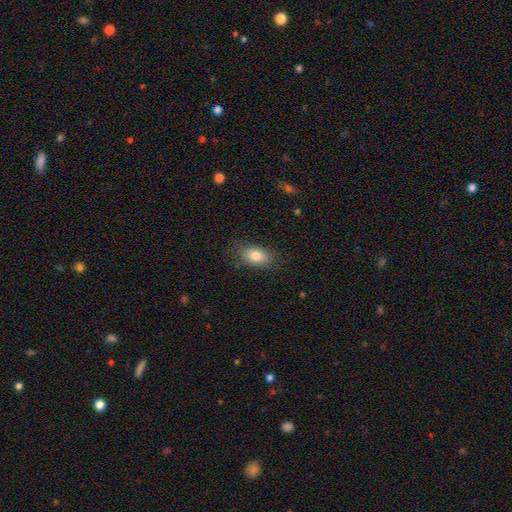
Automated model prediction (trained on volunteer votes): A smooth galaxy with no disk features (82%) that is in between round and cigar-shaped (88%).

Vote fractions:
- Smooth or featured? smooth: 82% / featured or disk: 10% / star or artifact: 8%
- How rounded? in between: 88% / round: 10% / cigar-shaped: 3%
- Merging? none: 79% / minor disturbance: 15% / major disturbance: 4% / merger: 1%